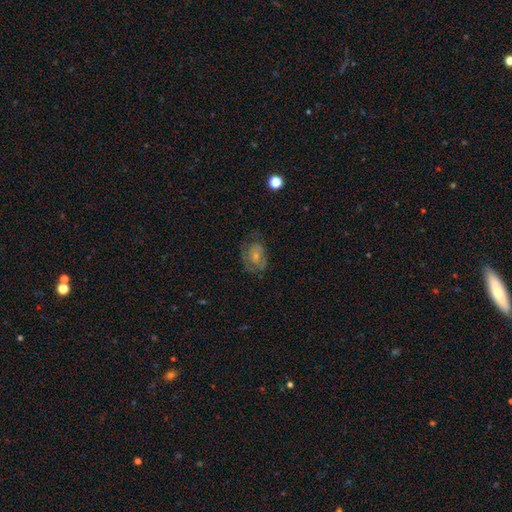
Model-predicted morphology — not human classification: Smooth or featured? featured or disk (51%)
Edge-on disk? no (96%)
Merging? none (56%)